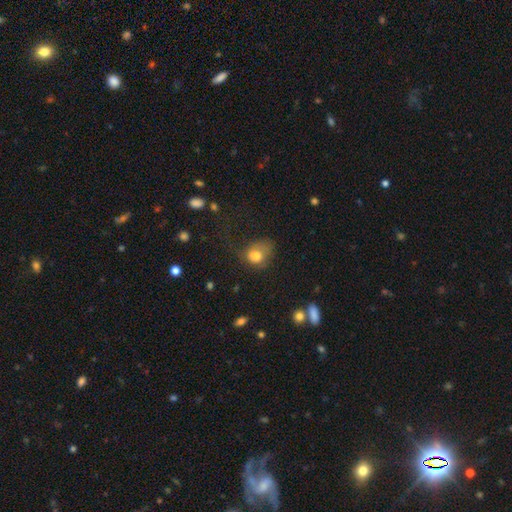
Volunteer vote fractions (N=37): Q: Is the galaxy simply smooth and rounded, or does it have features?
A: smooth — 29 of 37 (78%).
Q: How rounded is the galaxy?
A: in between — 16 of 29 (55%).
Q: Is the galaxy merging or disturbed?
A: minor disturbance — 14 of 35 (40%).